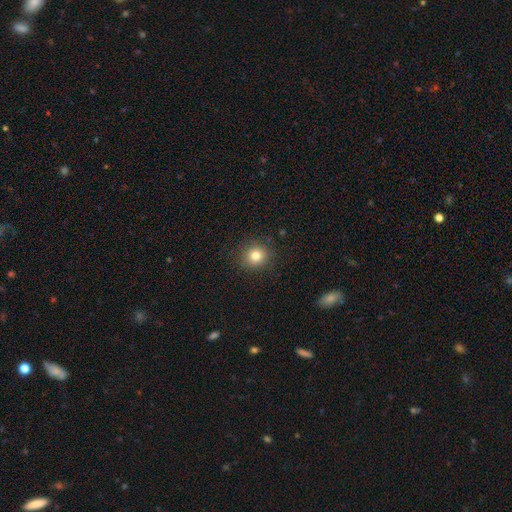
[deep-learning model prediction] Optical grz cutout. It shows a smooth galaxy with no disk features (81%) that is round (88%). Merging: none (89%).